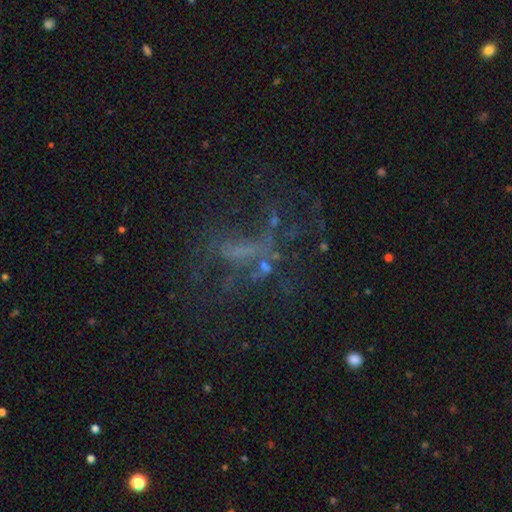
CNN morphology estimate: Smooth or featured? Predicted: featured or disk (p=0.49). Merging? Predicted: none (p=0.45).